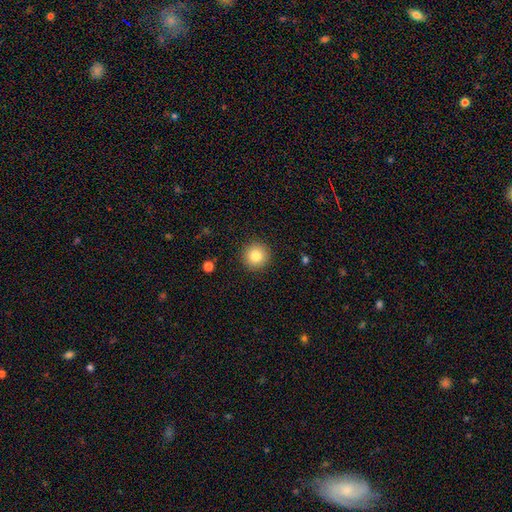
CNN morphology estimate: smooth_or_featured: smooth (p=0.83) [alt: star or artifact p=0.10]
how_rounded: round (p=0.95) [alt: in between p=0.04]
merging: none (p=0.92) [alt: minor disturbance p=0.05]